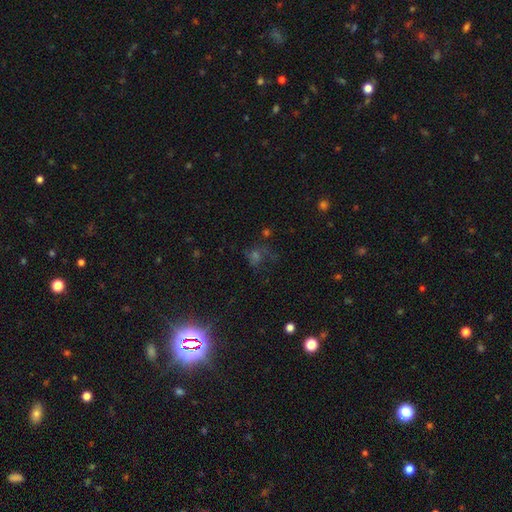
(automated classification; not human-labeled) Smooth or featured? star or artifact (56%)